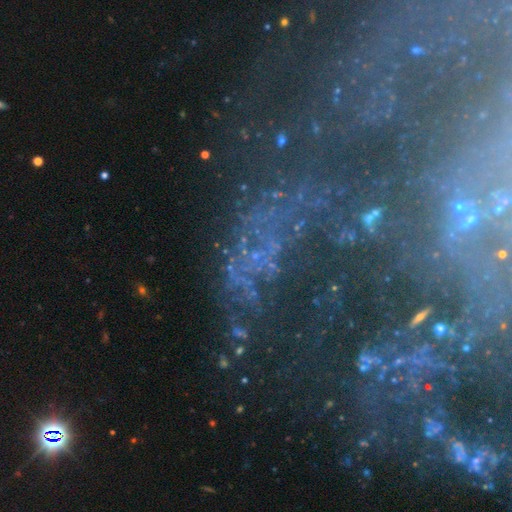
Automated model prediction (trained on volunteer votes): smooth-or-featured: featured or disk: 49% | star or artifact: 39% | smooth: 12%
  merging: none: 64% | major disturbance: 16% | minor disturbance: 14% | merger: 6%